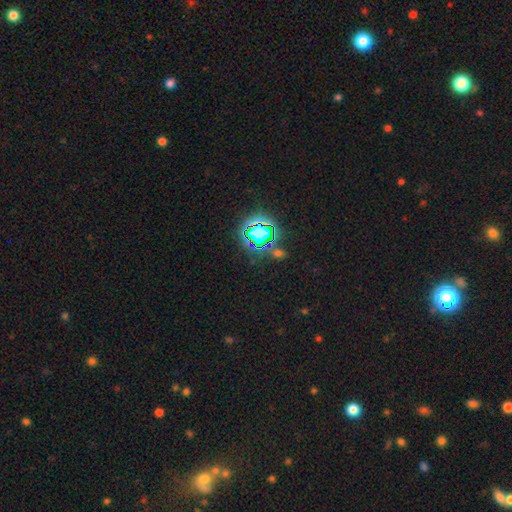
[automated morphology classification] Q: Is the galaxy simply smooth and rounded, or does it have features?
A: star or artifact — 77%.